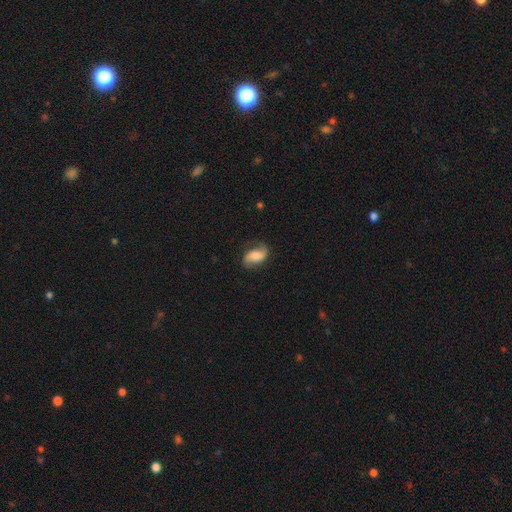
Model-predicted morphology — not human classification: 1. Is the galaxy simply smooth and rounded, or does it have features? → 60% featured or disk, 32% smooth, 8% star or artifact.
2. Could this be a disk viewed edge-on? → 96% no, 4% yes.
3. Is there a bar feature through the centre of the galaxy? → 52% no, 35% weak, 13% strong.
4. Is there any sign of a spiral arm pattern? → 93% yes, 7% no.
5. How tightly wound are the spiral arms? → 57% loose, 32% medium, 12% tight.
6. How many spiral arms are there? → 90% 2, 4% can't tell, 3% 1, 1% 3, 1% 4, 1% more than 4.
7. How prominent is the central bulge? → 33% moderate, 23% large, 23% small, 16% none, 5% dominant.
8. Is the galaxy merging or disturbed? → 74% none, 18% minor disturbance, 7% major disturbance, 1% merger.